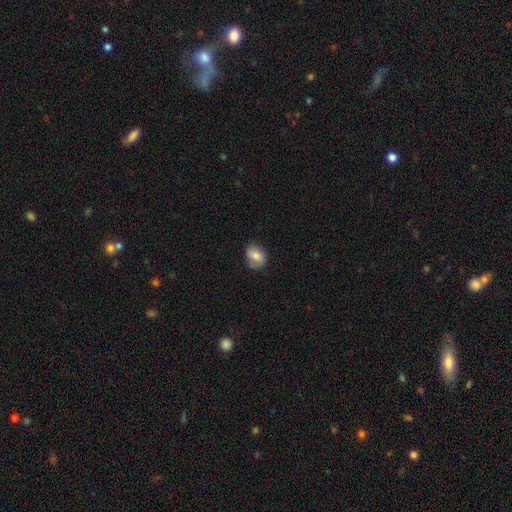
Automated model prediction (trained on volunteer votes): The model was most divided on "how rounded": in between: 57%, round: 42%, cigar-shaped: 1%. More confident: smooth or featured — smooth (75%); merging — none (64%).